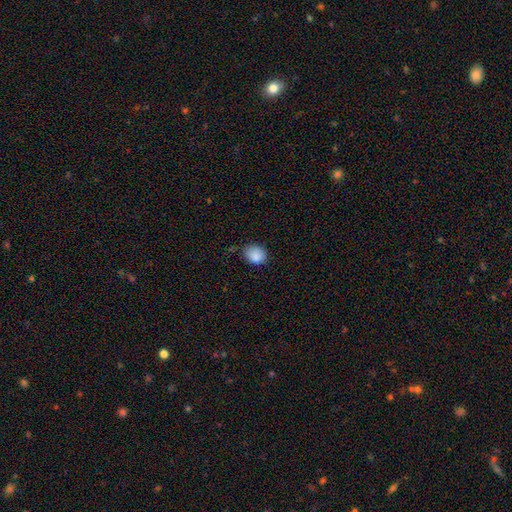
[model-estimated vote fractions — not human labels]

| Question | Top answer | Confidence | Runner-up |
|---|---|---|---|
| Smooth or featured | smooth | 88% | star or artifact (9%) |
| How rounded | round | 54% | in between (46%) |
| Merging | none | 68% | minor disturbance (26%) |